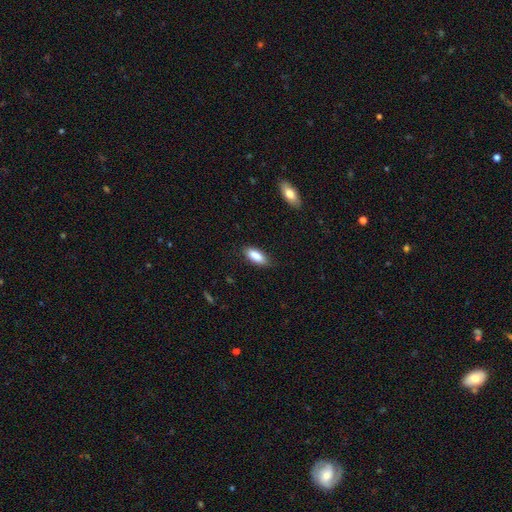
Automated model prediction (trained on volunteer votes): Smooth or featured: smooth — 86% (featured or disk — 7%)
How rounded: in between — 81% (cigar-shaped — 17%)
Merging: none — 83% (minor disturbance — 13%)